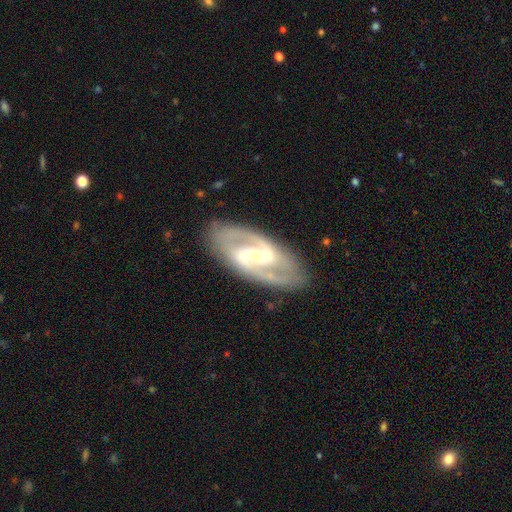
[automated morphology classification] featured or disk 89%, smooth 6%, star or artifact 5%. Down the decision tree: edge-on disk — no (95%); bar — strong (43%); spiral arms — yes (97%); spiral arm count — 2 (90%); spiral winding — medium (56%); bulge size — small (66%); merging — none (84%).